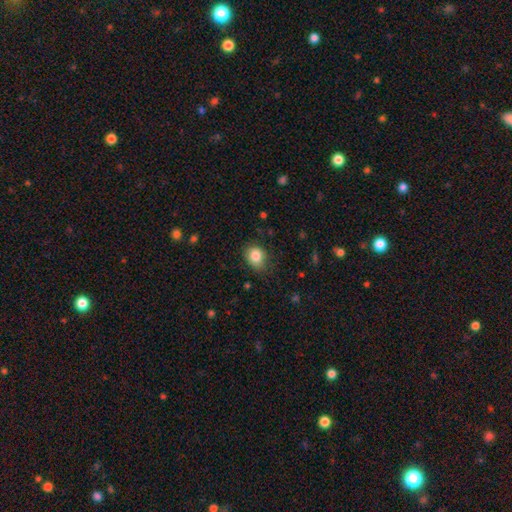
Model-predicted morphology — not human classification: This appears to be a smooth galaxy with no disk features (84%) that is round (53%). Merging: none (75%).